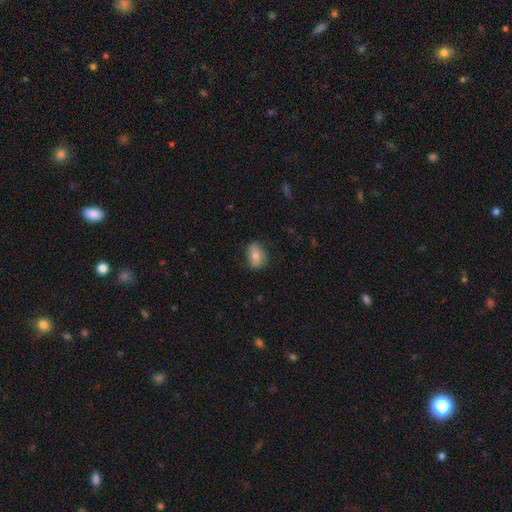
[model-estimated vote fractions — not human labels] Smooth or featured?
  - smooth: 73% *
  - featured or disk: 19%
  - star or artifact: 8%
How rounded?
  - in between: 78% *
  - round: 20%
  - cigar-shaped: 2%
Merging?
  - none: 75% *
  - minor disturbance: 20%
  - major disturbance: 4%
  - merger: 1%